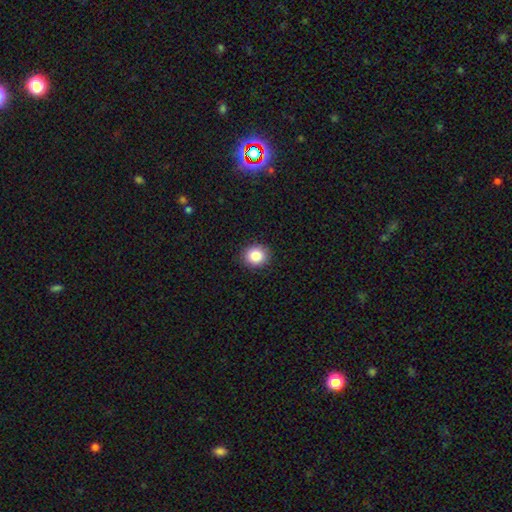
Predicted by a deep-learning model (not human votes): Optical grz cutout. It shows a smooth galaxy with no disk features (85%) that is round (81%). Merging: none (91%).